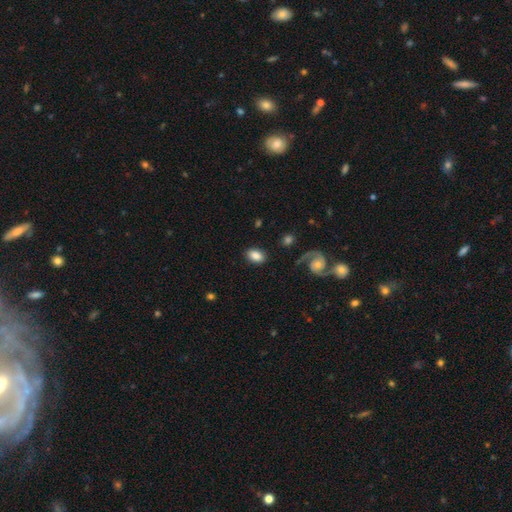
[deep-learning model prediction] Morphology: type=smooth (80%); roundness=in between (85%); merging=none (84%).